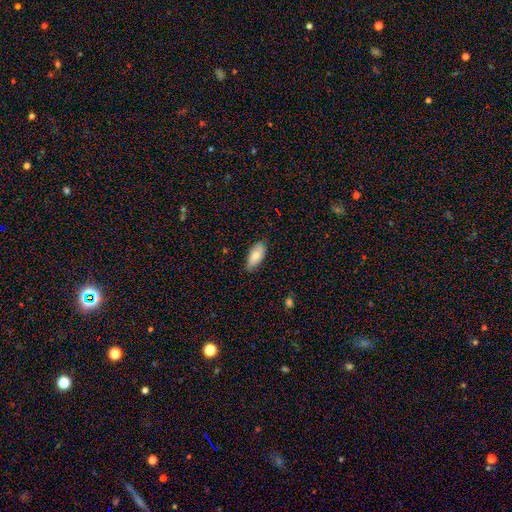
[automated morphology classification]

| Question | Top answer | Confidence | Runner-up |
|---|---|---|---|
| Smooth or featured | smooth | 75% | featured or disk (19%) |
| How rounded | in between | 90% | cigar-shaped (7%) |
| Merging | none | 79% | minor disturbance (17%) |